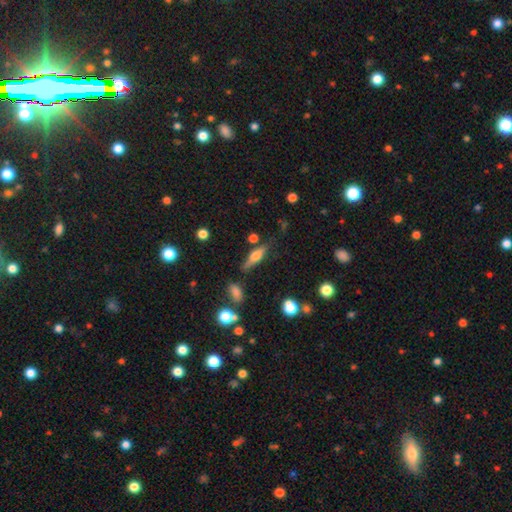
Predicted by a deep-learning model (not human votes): This appears to be a featured or disk galaxy (47%). Merging: none (74%).